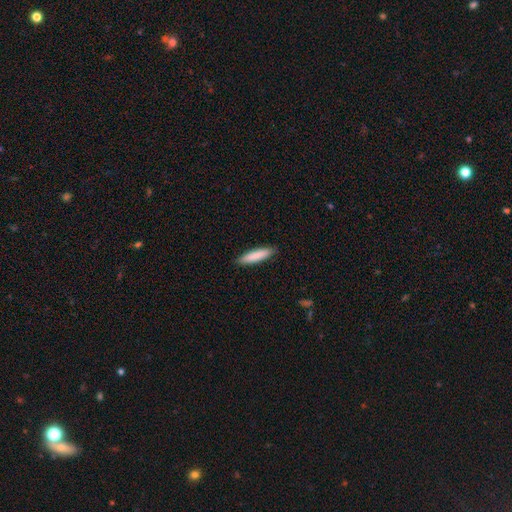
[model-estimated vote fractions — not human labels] The model was most divided on "how rounded": cigar-shaped: 81%, in between: 18%, round: 1%. More confident: merging — none (90%); smooth or featured — smooth (86%).